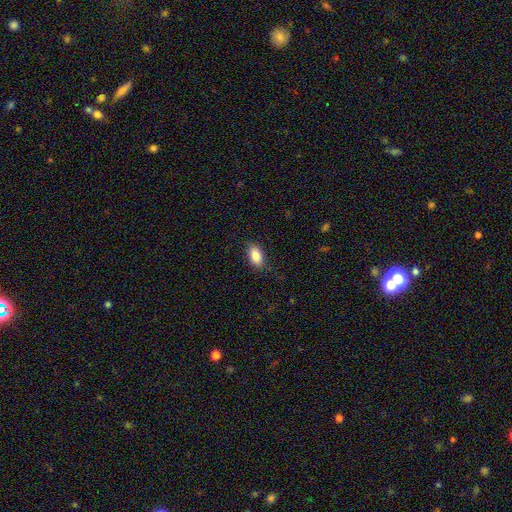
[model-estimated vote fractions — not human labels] The model was most divided on "merging": none: 84%, minor disturbance: 12%, major disturbance: 3%, merger: 1%. More confident: how rounded — in between (90%); smooth or featured — smooth (86%).